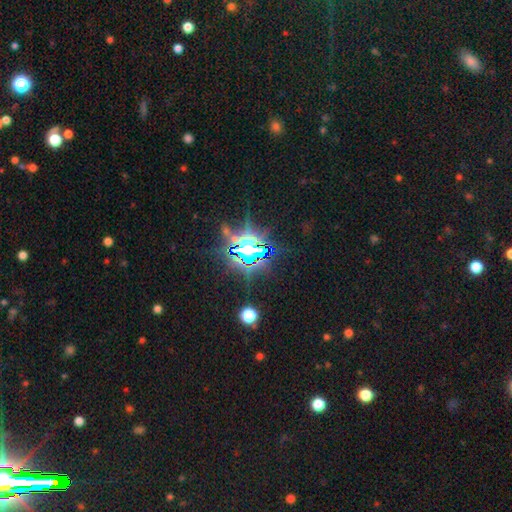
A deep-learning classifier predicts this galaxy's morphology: A star or artifact, not a galaxy (81%).

Vote fractions:
- Smooth or featured? star or artifact: 81% / featured or disk: 10% / smooth: 9%